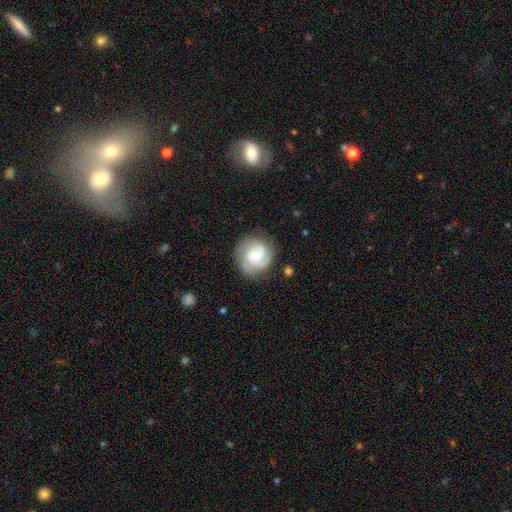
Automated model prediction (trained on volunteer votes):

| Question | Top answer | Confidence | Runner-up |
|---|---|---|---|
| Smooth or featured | featured or disk | 73% | smooth (21%) |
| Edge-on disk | no | 98% | yes (2%) |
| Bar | no | 59% | weak (36%) |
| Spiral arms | yes | 95% | no (5%) |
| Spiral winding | tight | 54% | medium (37%) |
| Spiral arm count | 2 | 40% | 3 (31%) |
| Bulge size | moderate | 48% | small (45%) |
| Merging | none | 78% | minor disturbance (15%) |